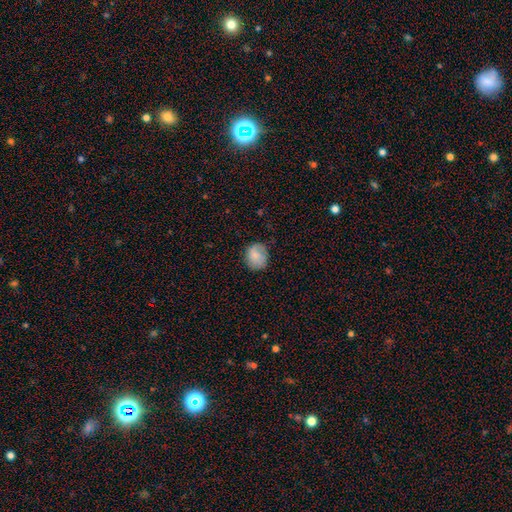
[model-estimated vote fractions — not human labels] A smooth galaxy with no disk features (80%) that is round (68%). Merging: none (72%).